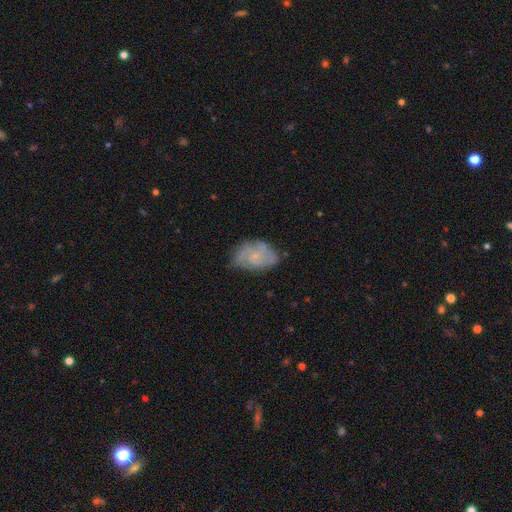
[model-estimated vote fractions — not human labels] The model was most divided on "spiral winding": medium: 43%, tight: 39%, loose: 18%. Remaining: edge-on disk — no (97%); spiral arms — yes (86%); bar — no (71%); bulge size — small (70%); smooth or featured — featured or disk (66%); merging — none (62%); spiral arm count — 2 (37%).